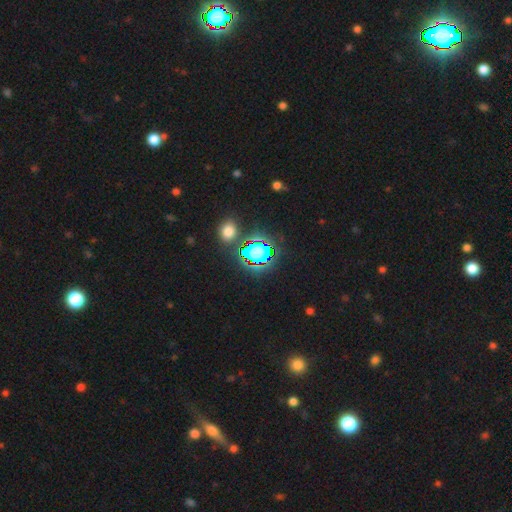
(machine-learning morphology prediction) A star or artifact, not a galaxy (79%).

Vote fractions:
- Smooth or featured? star or artifact: 79% / smooth: 14% / featured or disk: 8%